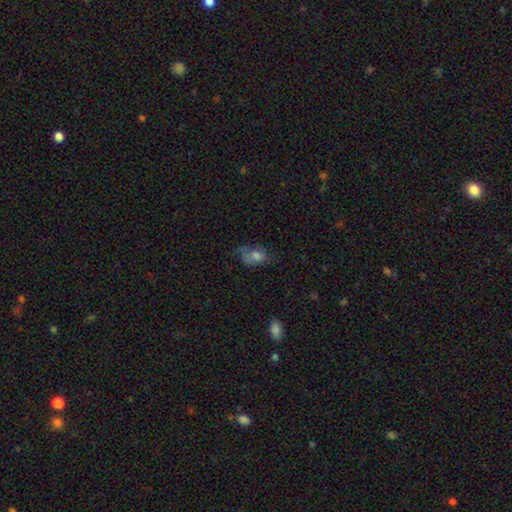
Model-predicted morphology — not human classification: A smooth galaxy with no disk features (59%) that is in between round and cigar-shaped (83%).

Vote fractions:
- Smooth or featured? smooth: 59% / featured or disk: 27% / star or artifact: 14%
- How rounded? in between: 83% / round: 14% / cigar-shaped: 3%
- Merging? none: 41% / minor disturbance: 28% / major disturbance: 26% / merger: 5%